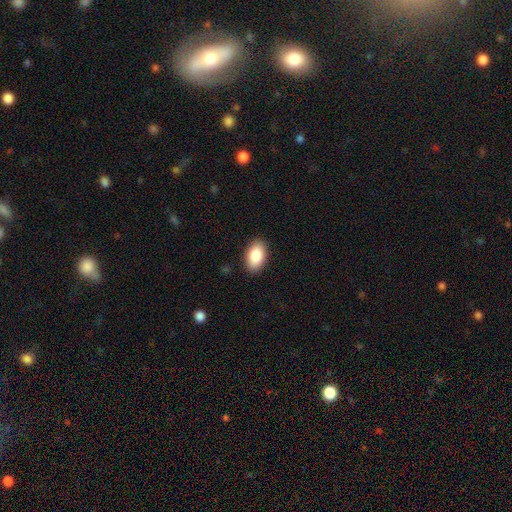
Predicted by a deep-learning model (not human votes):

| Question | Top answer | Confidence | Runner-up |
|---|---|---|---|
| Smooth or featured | smooth | 87% | star or artifact (7%) |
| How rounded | in between | 93% | round (5%) |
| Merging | none | 89% | minor disturbance (8%) |